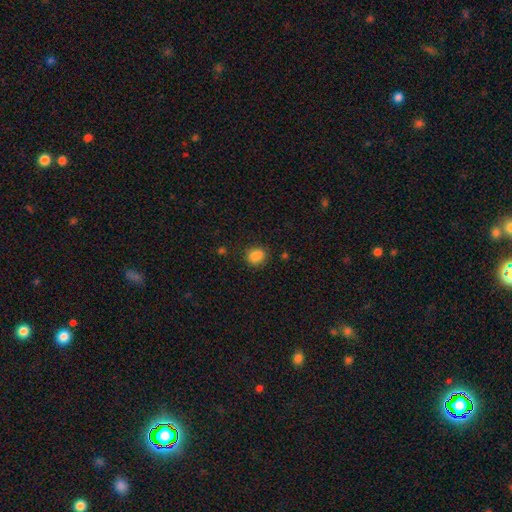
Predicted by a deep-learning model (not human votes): The model was most divided on "how rounded": round: 57%, in between: 42%, cigar-shaped: 1%. More confident: smooth or featured — smooth (86%); merging — none (79%).